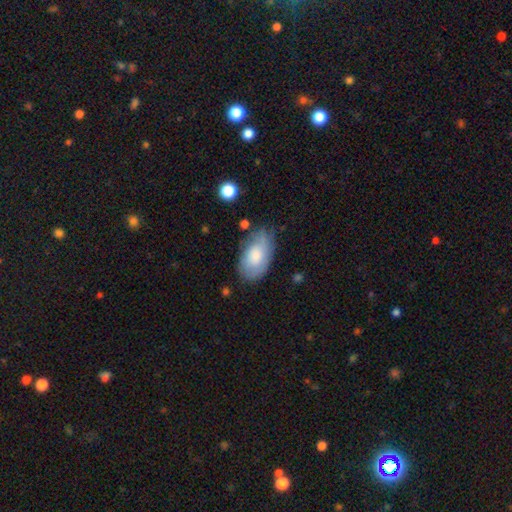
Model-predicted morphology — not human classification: This appears to be a smooth galaxy with no disk features (75%) that is in between round and cigar-shaped (94%). Merging: none (67%).